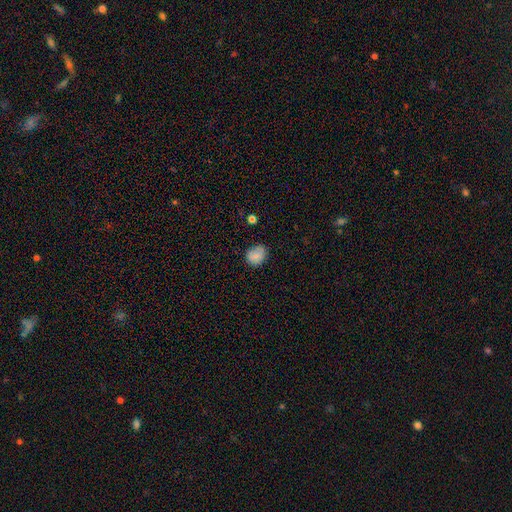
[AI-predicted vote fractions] smooth_or_featured: smooth (p=0.81) [alt: featured or disk p=0.09]
how_rounded: round (p=0.56) [alt: in between p=0.43]
merging: none (p=0.73) [alt: minor disturbance p=0.21]